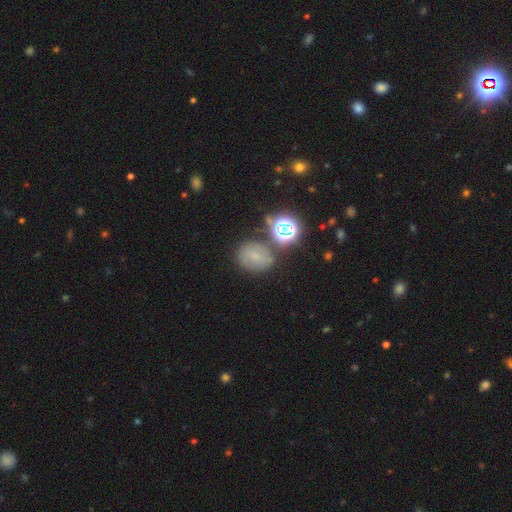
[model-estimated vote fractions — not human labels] smooth-or-featured: smooth: 51% | star or artifact: 29% | featured or disk: 21%
  how-rounded: round: 62% | in between: 37% | cigar-shaped: 1%
  merging: none: 67% | minor disturbance: 17% | merger: 10% | major disturbance: 6%